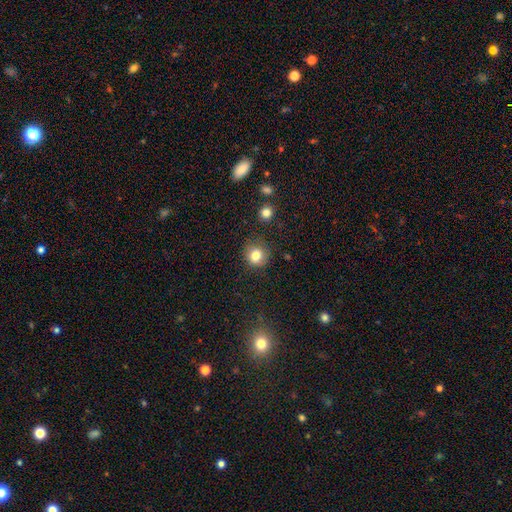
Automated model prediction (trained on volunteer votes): Smooth or featured? smooth (81%)
How rounded? round (89%)
Merging? none (82%)